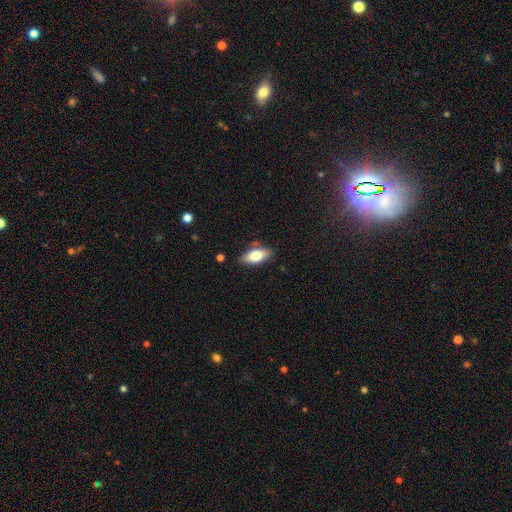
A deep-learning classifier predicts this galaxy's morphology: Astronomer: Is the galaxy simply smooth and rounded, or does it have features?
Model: smooth — 69%.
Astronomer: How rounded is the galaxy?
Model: in between — 81%.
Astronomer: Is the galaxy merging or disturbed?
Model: none — 81%.